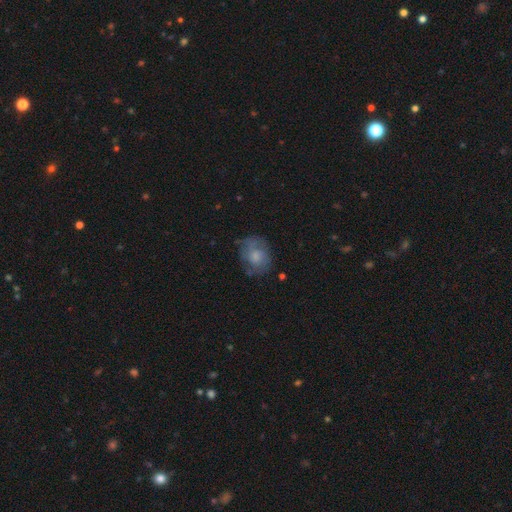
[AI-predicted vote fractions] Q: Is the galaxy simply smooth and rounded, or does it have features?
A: smooth — 54%.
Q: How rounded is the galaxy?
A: round — 51%.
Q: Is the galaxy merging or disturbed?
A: none — 61%.